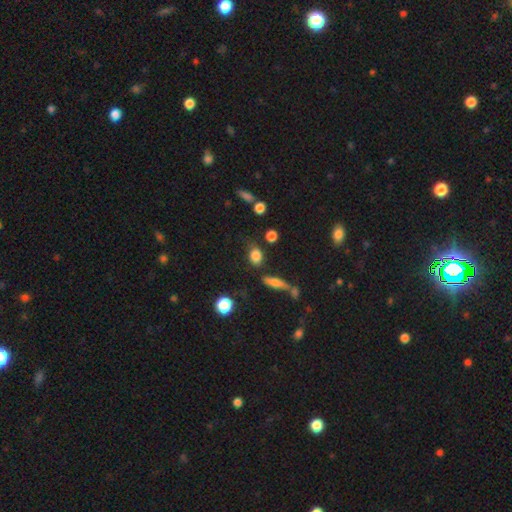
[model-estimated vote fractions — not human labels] smooth-or-featured: smooth: 81% | star or artifact: 11% | featured or disk: 8%
  how-rounded: in between: 65% | round: 31% | cigar-shaped: 4%
  merging: none: 64% | minor disturbance: 21% | merger: 8% | major disturbance: 7%